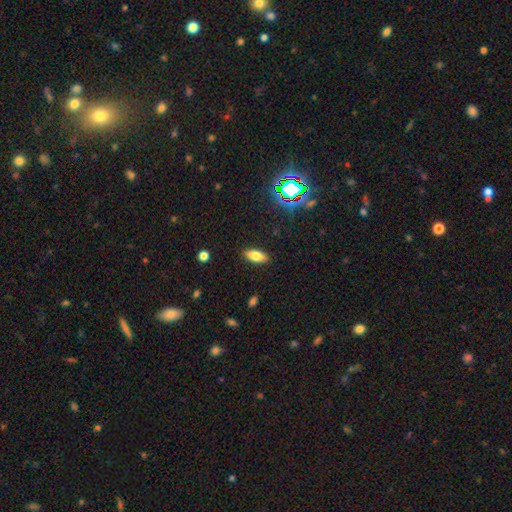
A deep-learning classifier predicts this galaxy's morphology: Smooth or featured: smooth — 76% (featured or disk — 14%)
How rounded: in between — 82% (cigar-shaped — 15%)
Merging: none — 88% (minor disturbance — 9%)